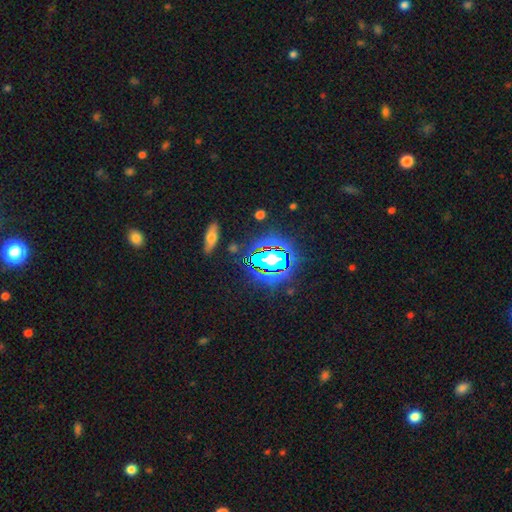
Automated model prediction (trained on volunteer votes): Smooth or featured?
  - star or artifact: 81% *
  - smooth: 11%
  - featured or disk: 7%